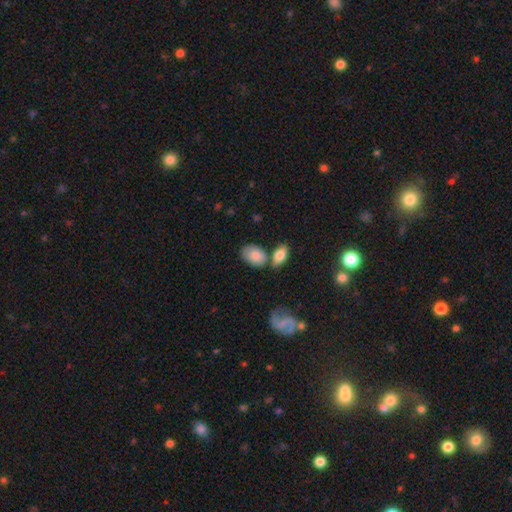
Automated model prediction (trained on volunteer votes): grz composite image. It shows a smooth galaxy with no disk features (79%) that is in between round and cigar-shaped (86%). Merging: none (53%).